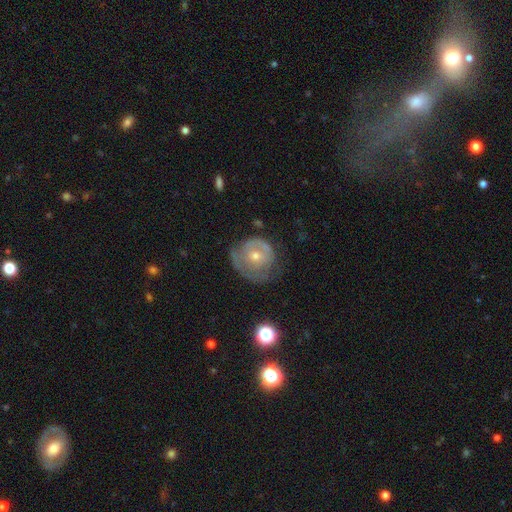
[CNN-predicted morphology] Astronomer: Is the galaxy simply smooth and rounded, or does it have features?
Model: featured or disk — 62%.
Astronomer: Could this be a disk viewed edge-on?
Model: no — 97%.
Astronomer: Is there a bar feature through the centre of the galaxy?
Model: no — 78%.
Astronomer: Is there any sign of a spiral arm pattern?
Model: yes — 64%.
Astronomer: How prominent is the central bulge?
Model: moderate — 48%, tied with small at 48%.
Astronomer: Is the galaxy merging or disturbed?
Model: none — 56%.